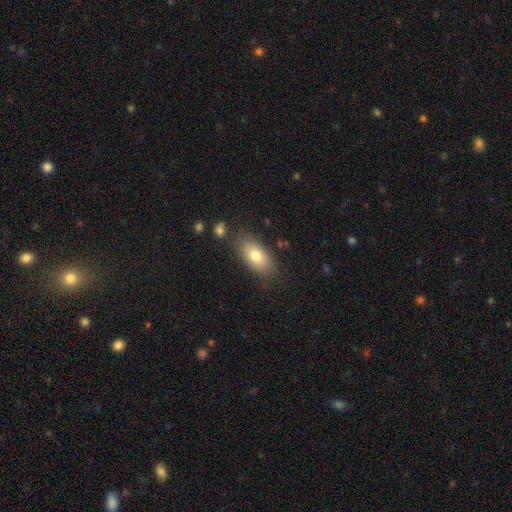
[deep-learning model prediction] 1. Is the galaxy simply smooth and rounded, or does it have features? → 77% smooth, 16% featured or disk, 7% star or artifact.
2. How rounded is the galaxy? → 88% in between, 8% cigar-shaped, 4% round.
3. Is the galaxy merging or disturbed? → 81% none, 12% minor disturbance, 4% merger, 3% major disturbance.